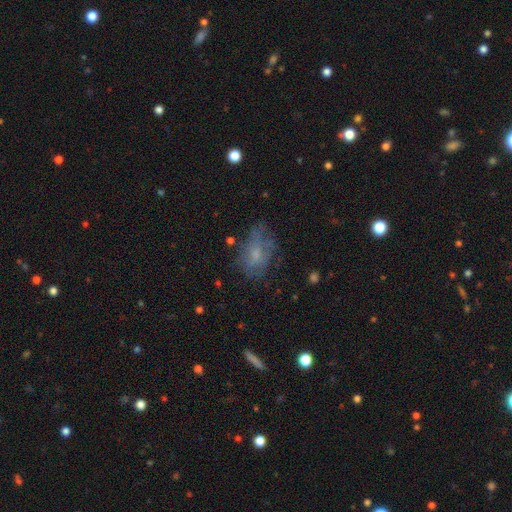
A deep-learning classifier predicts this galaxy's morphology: smooth 47%, featured or disk 40%, star or artifact 12%. Down the decision tree: merging — none (53%).